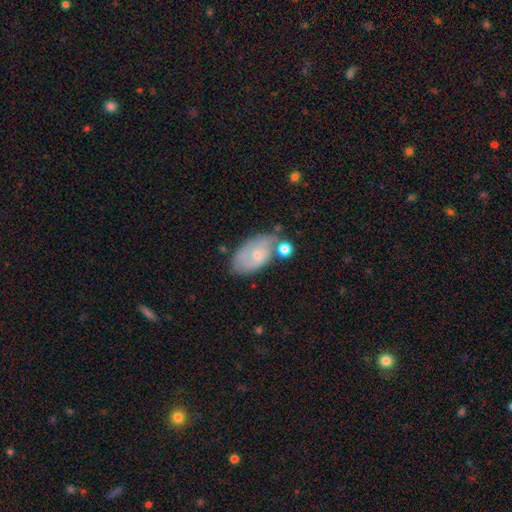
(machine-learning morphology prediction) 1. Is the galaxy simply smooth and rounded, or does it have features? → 50% featured or disk, 43% smooth, 7% star or artifact.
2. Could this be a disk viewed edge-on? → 94% no, 6% yes.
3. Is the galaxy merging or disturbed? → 47% none, 27% minor disturbance, 15% merger, 10% major disturbance.